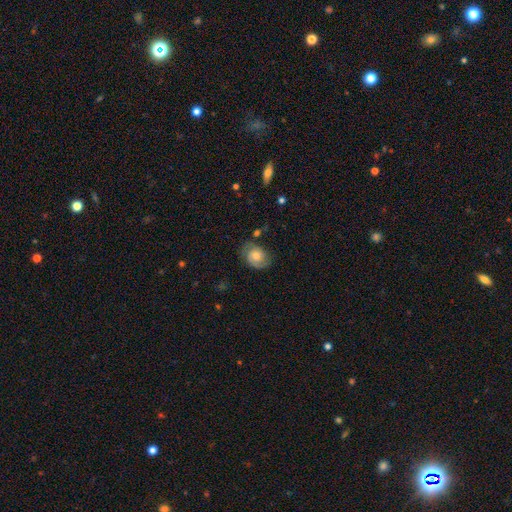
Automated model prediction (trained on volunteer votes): smooth_or_featured: featured or disk (p=0.53) [alt: smooth p=0.38]
disk_edge_on: no (p=0.97) [alt: yes p=0.03]
bar: no (p=0.76) [alt: weak p=0.21]
has_spiral_arms: yes (p=0.85) [alt: no p=0.15]
bulge_size: moderate (p=0.58) [alt: small p=0.27]
merging: none (p=0.69) [alt: minor disturbance p=0.21]